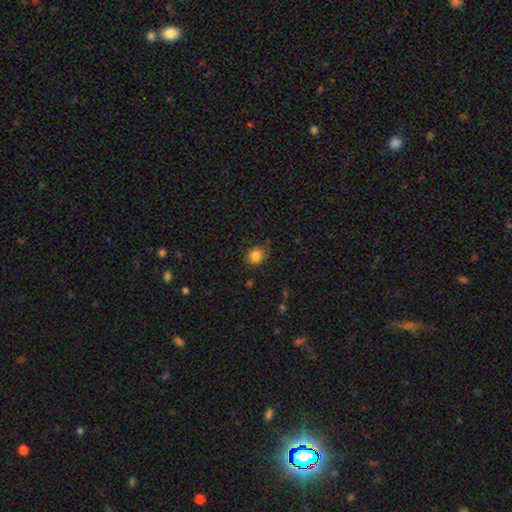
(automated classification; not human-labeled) Overall: smooth (85%). How rounded: round (56%; in between 43%). Merging: none (72%).